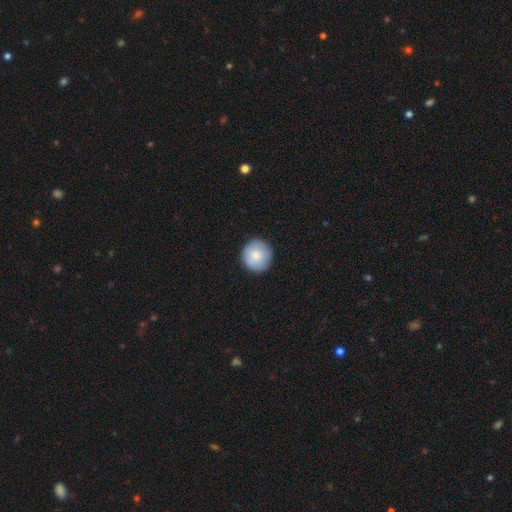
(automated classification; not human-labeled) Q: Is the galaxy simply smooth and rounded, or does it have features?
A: smooth — 83%.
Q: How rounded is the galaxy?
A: round — 94%.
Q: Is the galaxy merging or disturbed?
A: none — 89%.